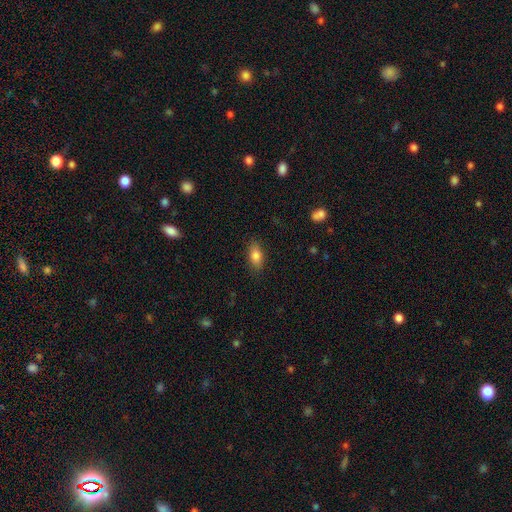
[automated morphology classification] This is clearly a smooth galaxy (81%). How rounded: clearly in between (85%). Merging: clearly none (86%).